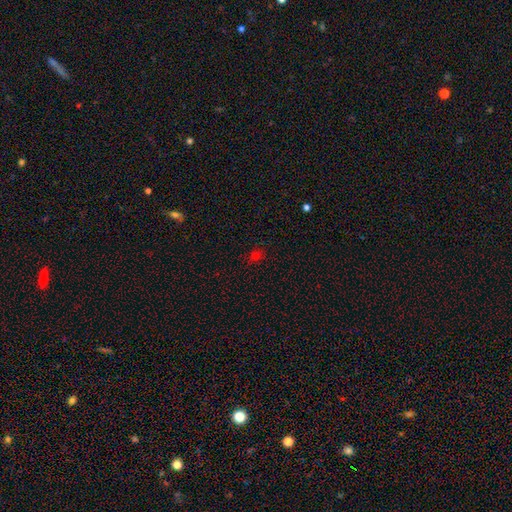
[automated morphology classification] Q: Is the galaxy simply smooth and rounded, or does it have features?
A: smooth — 67%.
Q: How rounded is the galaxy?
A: round — 54%.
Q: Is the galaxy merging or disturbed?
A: none — 81%.